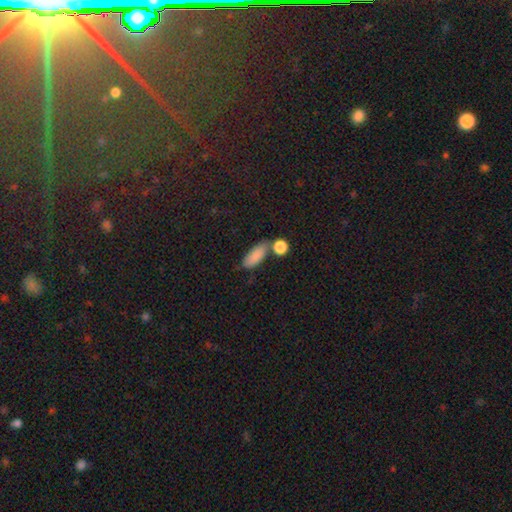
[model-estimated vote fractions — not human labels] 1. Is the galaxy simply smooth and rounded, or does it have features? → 84% smooth, 8% star or artifact, 7% featured or disk.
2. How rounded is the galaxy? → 74% in between, 20% cigar-shaped, 6% round.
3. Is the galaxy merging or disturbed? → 57% none, 21% merger, 16% minor disturbance, 5% major disturbance.